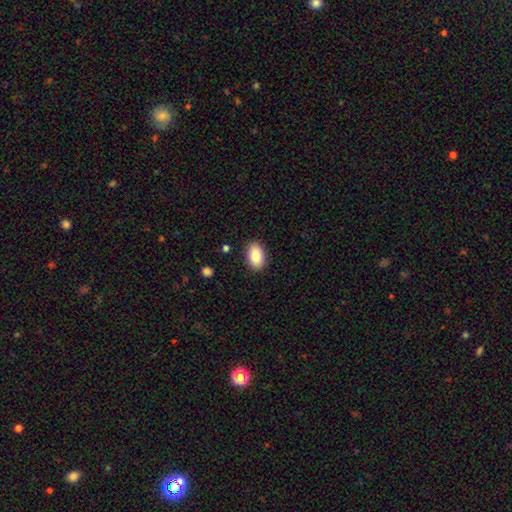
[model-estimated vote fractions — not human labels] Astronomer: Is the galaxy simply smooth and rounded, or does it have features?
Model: smooth — 84%.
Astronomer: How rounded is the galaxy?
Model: in between — 91%.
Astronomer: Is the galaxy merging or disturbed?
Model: none — 88%.